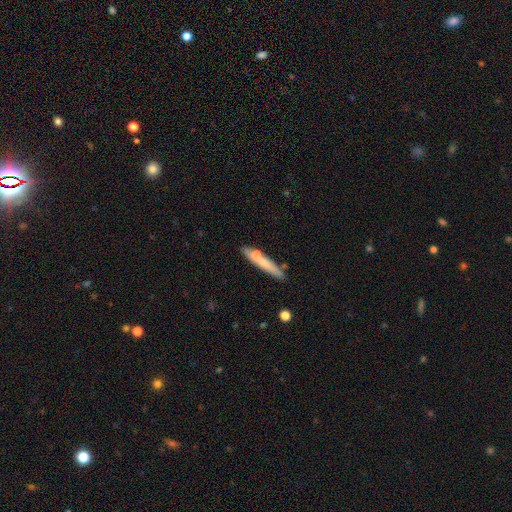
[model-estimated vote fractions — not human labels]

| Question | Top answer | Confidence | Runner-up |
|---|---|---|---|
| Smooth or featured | smooth | 57% | featured or disk (37%) |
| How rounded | cigar-shaped | 87% | in between (10%) |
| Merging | none | 60% | merger (19%) |